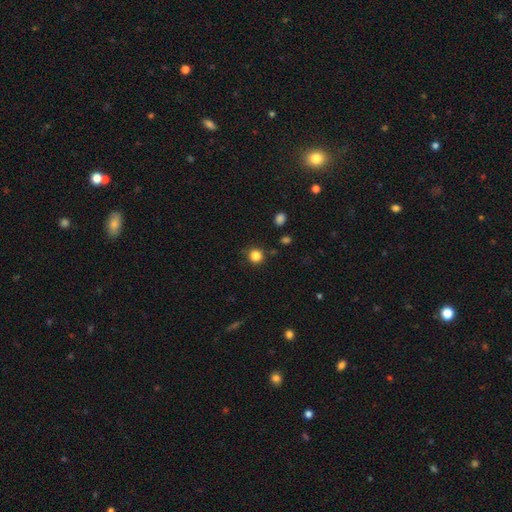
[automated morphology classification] Smooth or featured? smooth (84%)
How rounded? round (93%)
Merging? none (84%)